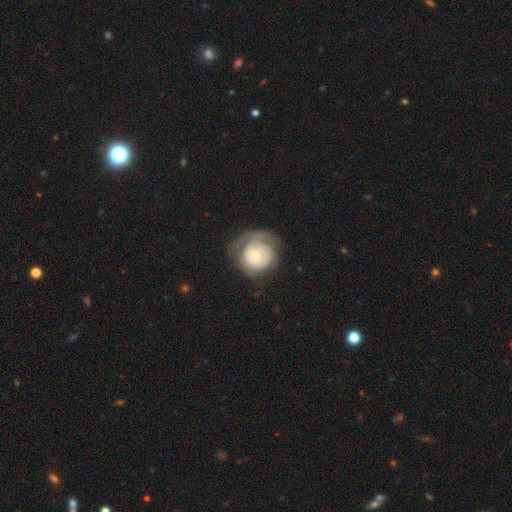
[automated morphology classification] smooth_or_featured: featured or disk (p=0.59) [alt: smooth p=0.35]
disk_edge_on: no (p=0.97) [alt: yes p=0.03]
bar: no (p=0.83) [alt: weak p=0.14]
has_spiral_arms: yes (p=0.67) [alt: no p=0.33]
bulge_size: moderate (p=0.47) [alt: small p=0.45]
merging: none (p=0.53) [alt: minor disturbance p=0.24]